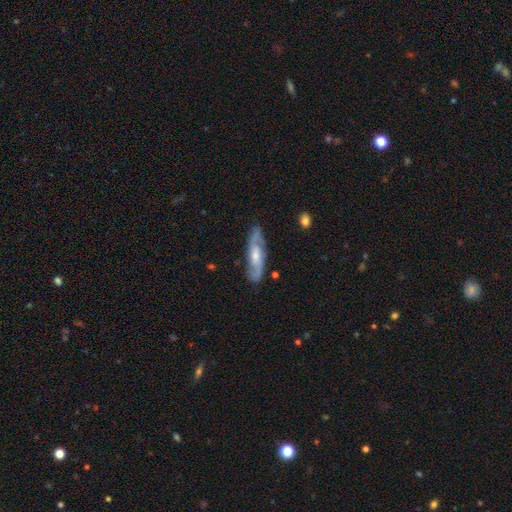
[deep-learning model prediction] smooth_or_featured: featured or disk (p=0.74) [alt: smooth p=0.21]
disk_edge_on: no (p=0.82) [alt: yes p=0.18]
bar: no (p=0.51) [alt: weak p=0.38]
has_spiral_arms: yes (p=0.92) [alt: no p=0.08]
spiral_winding: medium (p=0.49) [alt: tight p=0.29]
spiral_arm_count: 2 (p=0.83) [alt: can't tell p=0.11]
bulge_size: moderate (p=0.49) [alt: small p=0.39]
merging: none (p=0.80) [alt: minor disturbance p=0.15]